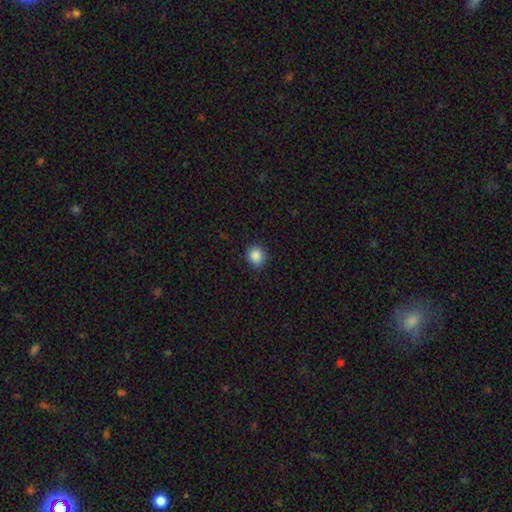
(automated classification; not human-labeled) Q: Smooth or featured?
A: smooth (88%); runner-up: star or artifact (9%)
Q: How rounded?
A: round (85%); runner-up: in between (14%)
Q: Merging?
A: none (90%); runner-up: minor disturbance (7%)